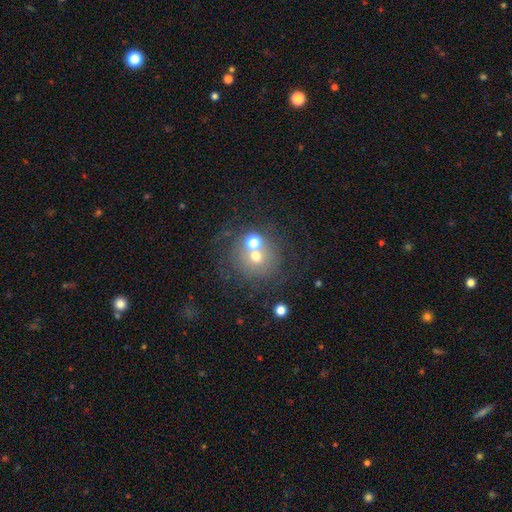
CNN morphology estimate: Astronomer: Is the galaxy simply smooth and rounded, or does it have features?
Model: smooth — 58%.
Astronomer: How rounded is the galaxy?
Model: round — 87%.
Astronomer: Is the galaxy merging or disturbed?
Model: none — 49% (runner-up: merger, 34%).